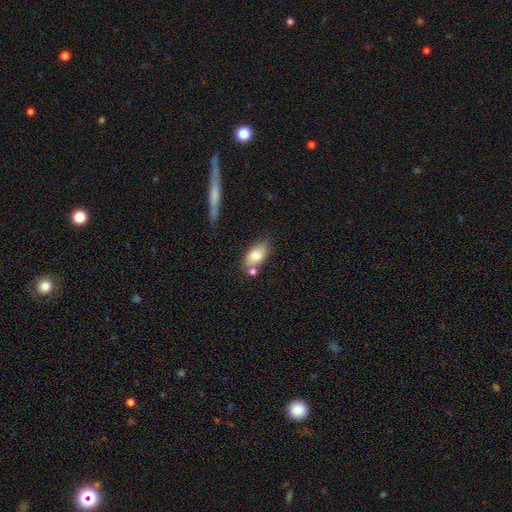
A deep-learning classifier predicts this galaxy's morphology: Smooth or featured? smooth (78%)
How rounded? in between (91%)
Merging? none (63%)